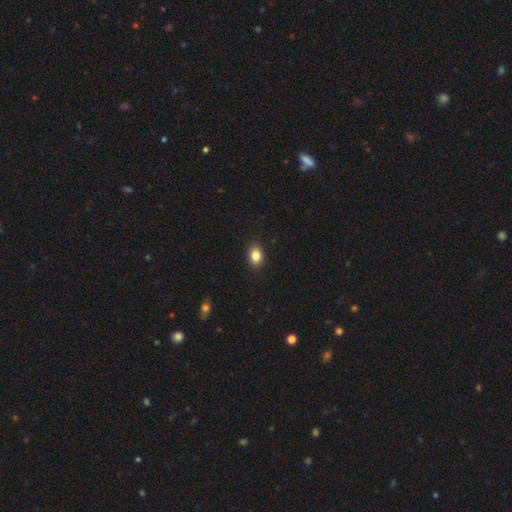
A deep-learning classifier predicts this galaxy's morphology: smooth-or-featured: smooth: 85% | star or artifact: 9% | featured or disk: 6%
  how-rounded: in between: 71% | round: 28% | cigar-shaped: 1%
  merging: none: 90% | minor disturbance: 7% | major disturbance: 2% | merger: 1%